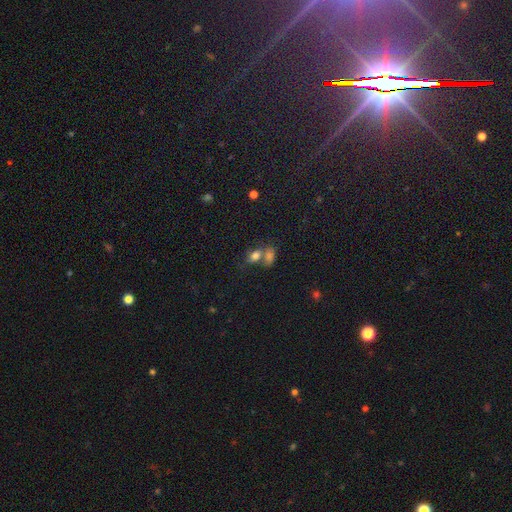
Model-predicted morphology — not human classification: Q: Smooth or featured?
A: smooth (74%); runner-up: star or artifact (13%)
Q: How rounded?
A: in between (75%); runner-up: round (23%)
Q: Merging?
A: merger (56%); runner-up: none (30%)